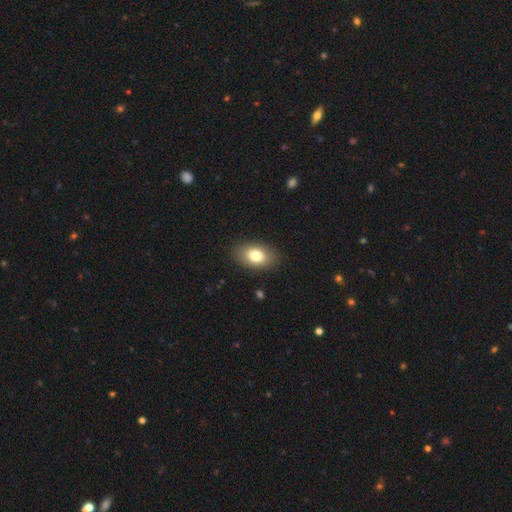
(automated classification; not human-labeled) A smooth galaxy with no disk features (79%) that is in between round and cigar-shaped (88%).

Vote fractions:
- Smooth or featured? smooth: 79% / featured or disk: 13% / star or artifact: 8%
- How rounded? in between: 88% / round: 10% / cigar-shaped: 2%
- Merging? none: 87% / minor disturbance: 9% / major disturbance: 3% / merger: 1%